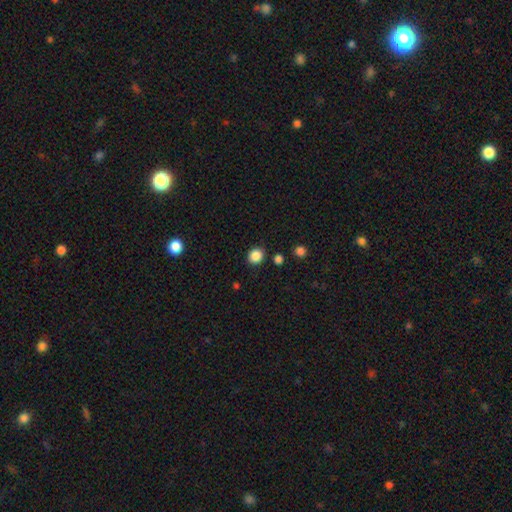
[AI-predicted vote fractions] Morphology: type=smooth (87%); roundness=round (76%); merging=none (87%).